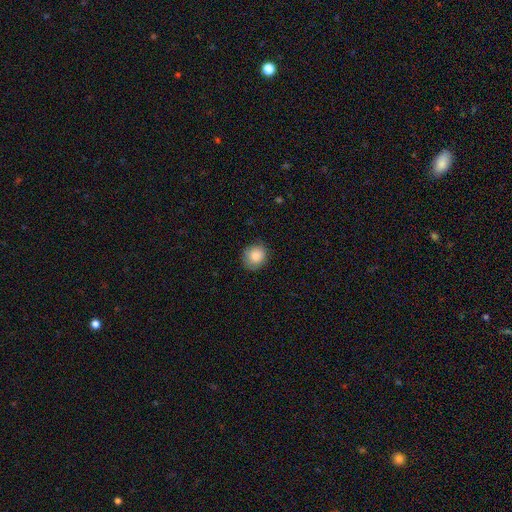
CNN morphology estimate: smooth_or_featured: smooth (p=0.84) [alt: star or artifact p=0.08]
how_rounded: round (p=0.84) [alt: in between p=0.16]
merging: none (p=0.83) [alt: minor disturbance p=0.13]